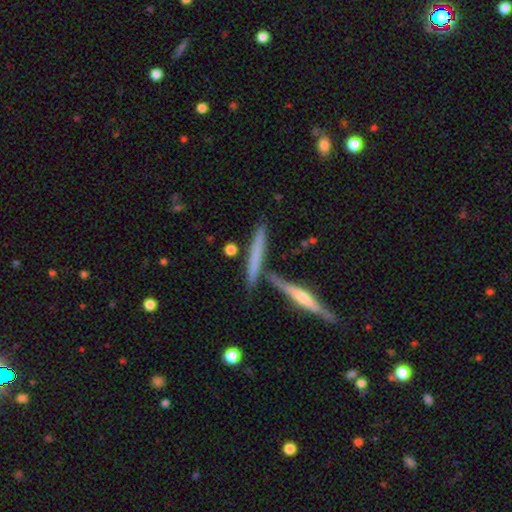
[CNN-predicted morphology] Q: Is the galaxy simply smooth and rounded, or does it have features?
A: featured or disk — 46%.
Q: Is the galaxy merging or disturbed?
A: none — 74%.